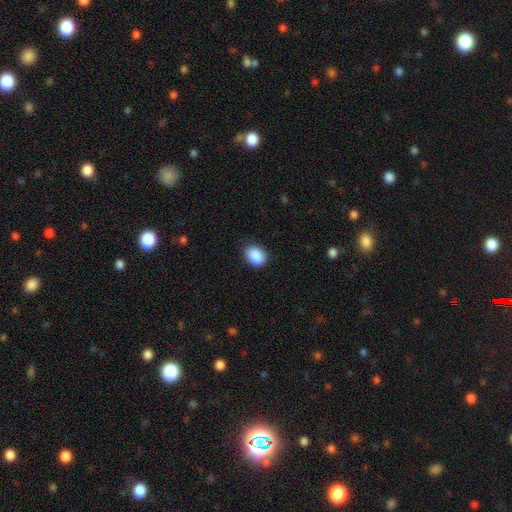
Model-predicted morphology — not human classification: smooth-or-featured: smooth: 89% | star or artifact: 8% | featured or disk: 3%
  how-rounded: in between: 63% | round: 36% | cigar-shaped: 1%
  merging: none: 81% | minor disturbance: 15% | major disturbance: 3% | merger: 1%